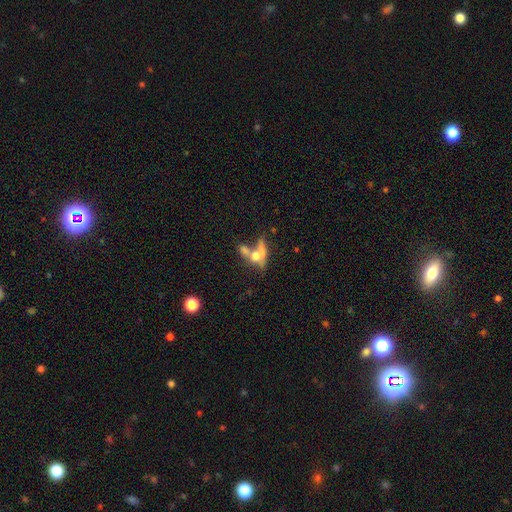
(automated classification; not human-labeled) Overall: smooth (49%; featured or disk 40%). Merging: merger (53%; none 25%).